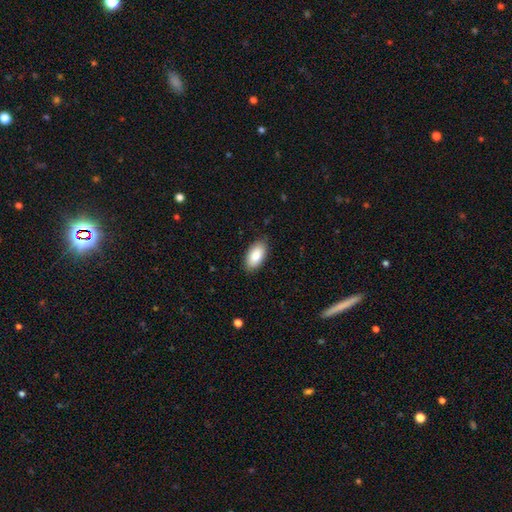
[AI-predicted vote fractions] smooth-or-featured: smooth: 86% | featured or disk: 8% | star or artifact: 6%
  how-rounded: in between: 94% | cigar-shaped: 3% | round: 2%
  merging: none: 85% | minor disturbance: 11% | major disturbance: 2% | merger: 1%